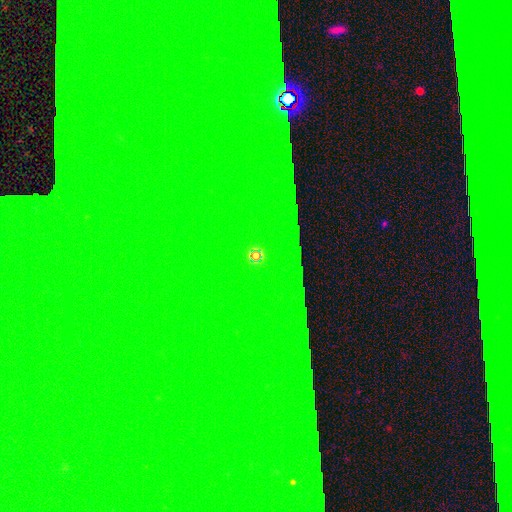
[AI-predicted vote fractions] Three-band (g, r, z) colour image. It shows a star or artifact, not a galaxy (85%).